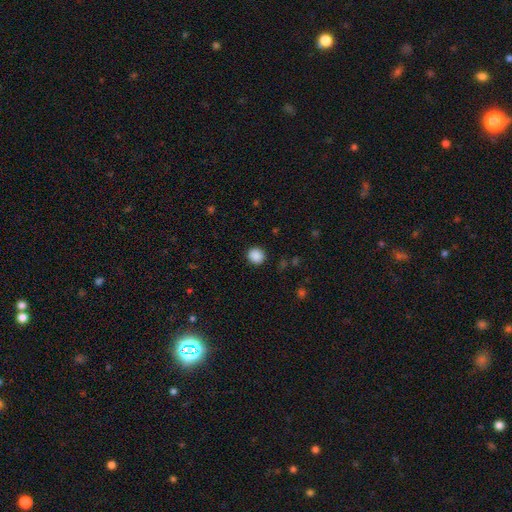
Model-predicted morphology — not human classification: Smooth or featured? smooth (88%)
How rounded? round (90%)
Merging? none (91%)